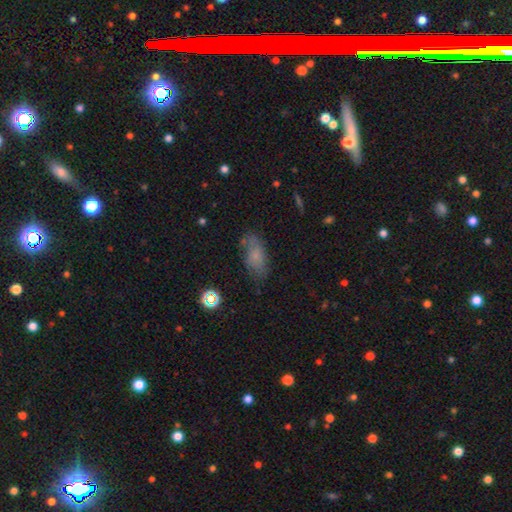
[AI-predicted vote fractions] Smooth or featured? Predicted: smooth (p=0.66). How rounded? Predicted: in between (p=0.85). Merging? Predicted: none (p=0.63).